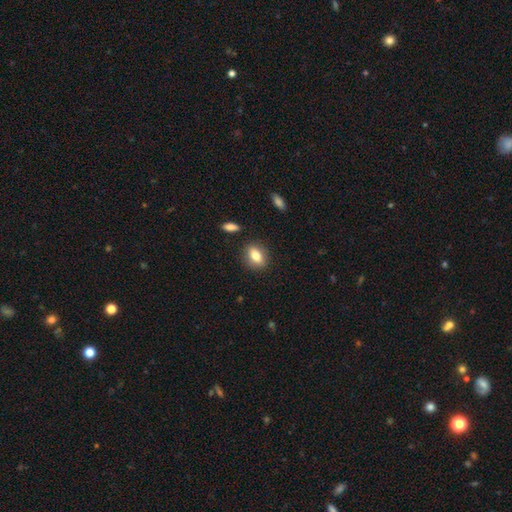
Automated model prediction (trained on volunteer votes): Smooth or featured? smooth (79%)
How rounded? in between (77%)
Merging? none (86%)